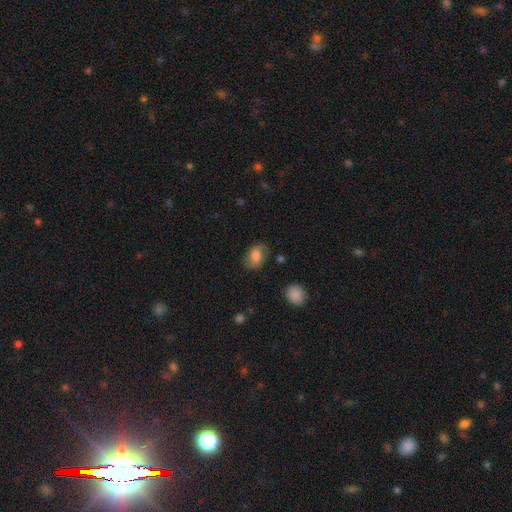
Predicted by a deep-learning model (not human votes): Smooth or featured? smooth (71%)
How rounded? in between (77%)
Merging? none (69%)